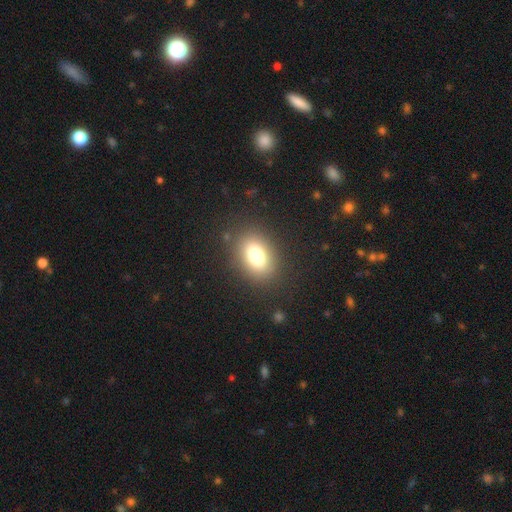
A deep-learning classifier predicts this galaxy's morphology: A smooth galaxy with no disk features (79%) that is in between round and cigar-shaped (79%). Merging: none (84%).